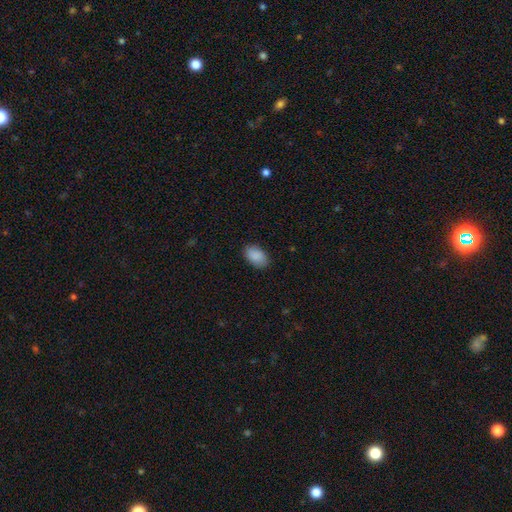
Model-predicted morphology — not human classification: Smooth or featured: smooth — 90% (star or artifact — 7%)
How rounded: in between — 92% (round — 7%)
Merging: none — 86% (minor disturbance — 10%)